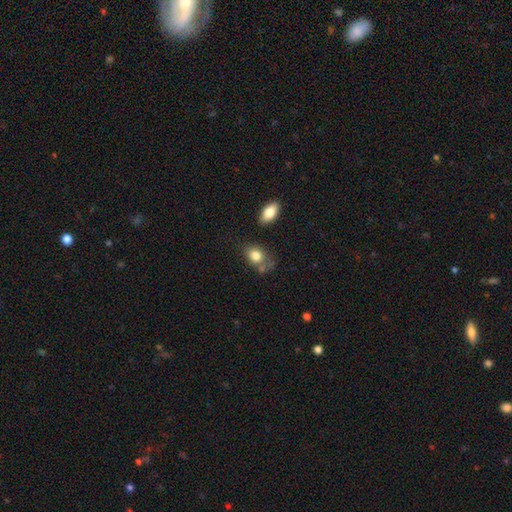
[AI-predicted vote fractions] Q: Smooth or featured?
A: smooth (82%); runner-up: featured or disk (10%)
Q: How rounded?
A: in between (63%); runner-up: round (35%)
Q: Merging?
A: none (53%); runner-up: minor disturbance (23%)